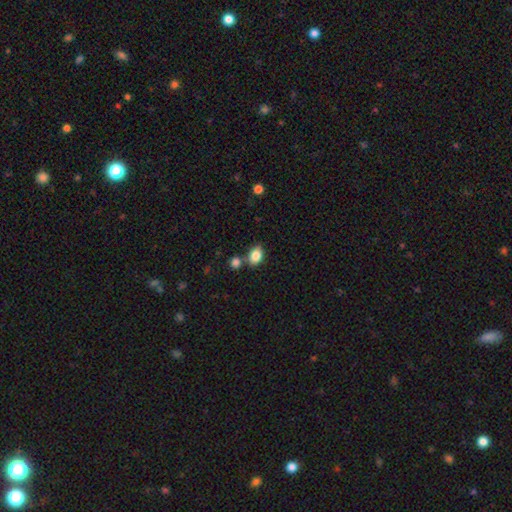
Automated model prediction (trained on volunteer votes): The model was most divided on "merging": none: 64%, merger: 19%, minor disturbance: 13%, major disturbance: 3%. More confident: smooth or featured — smooth (85%); how rounded — in between (78%).